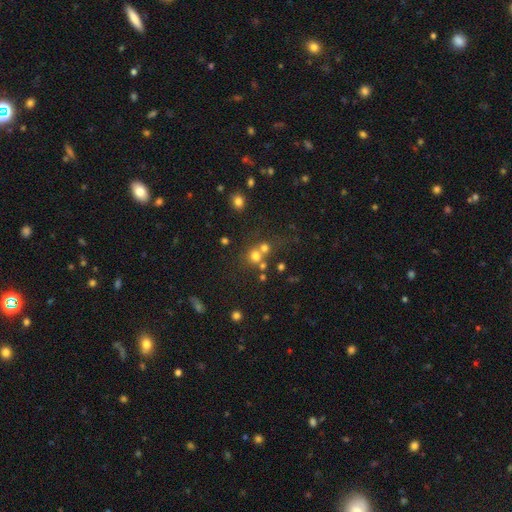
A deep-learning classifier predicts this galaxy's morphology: Q: Smooth or featured?
A: smooth (67%); runner-up: star or artifact (20%)
Q: How rounded?
A: round (85%); runner-up: in between (14%)
Q: Merging?
A: none (45%); runner-up: merger (43%)